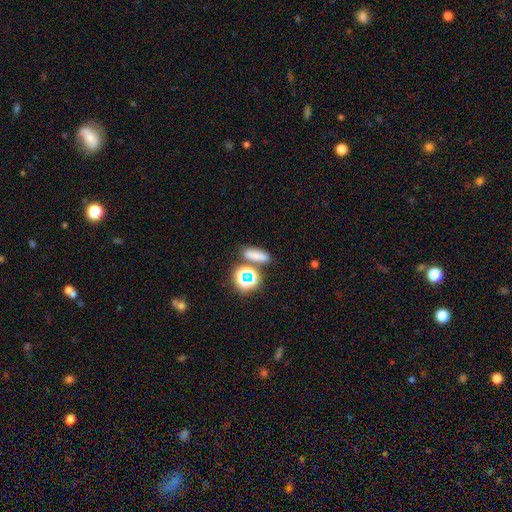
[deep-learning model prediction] The model was most divided on "how rounded": in between: 58%, round: 22%, cigar-shaped: 20%. More confident: merging — none (69%); smooth or featured — smooth (66%).